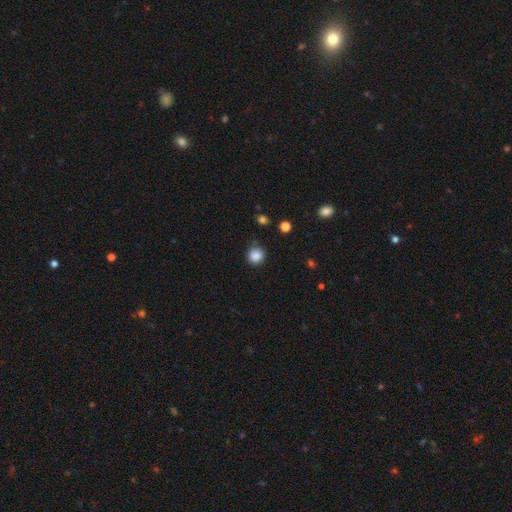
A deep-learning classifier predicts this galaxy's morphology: This appears to be a smooth galaxy with no disk features (86%) that is round (90%). Merging: none (84%).